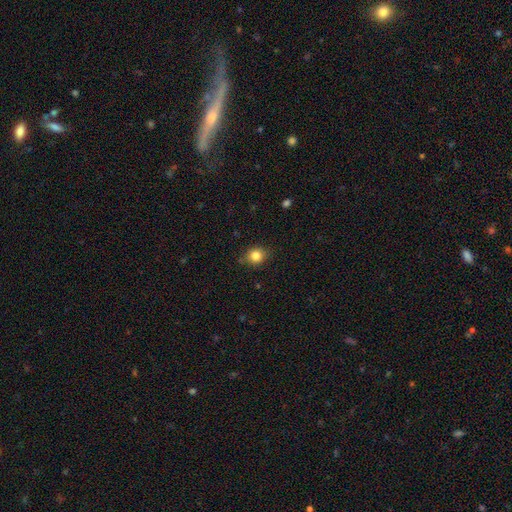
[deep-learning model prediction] Smooth or featured?
  - smooth: 83% *
  - star or artifact: 11%
  - featured or disk: 6%
How rounded?
  - round: 74% *
  - in between: 25%
  - cigar-shaped: 1%
Merging?
  - none: 82% *
  - minor disturbance: 13%
  - major disturbance: 3%
  - merger: 2%